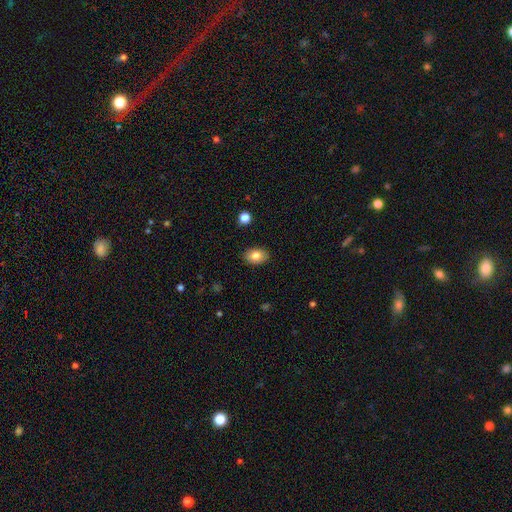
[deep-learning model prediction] A smooth galaxy with no disk features (81%) that is in between round and cigar-shaped (80%). Merging: none (88%).